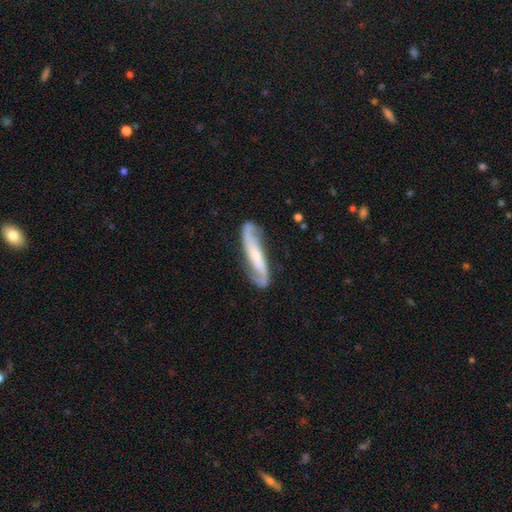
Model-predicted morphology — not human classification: Smooth or featured? featured or disk (80%)
Edge-on disk? no (81%)
Bar? no (39%)
Spiral arms? yes (96%)
Spiral winding? loose (44%)
Spiral arm count? 2 (91%)
Bulge size? small (48%)
Merging? none (77%)